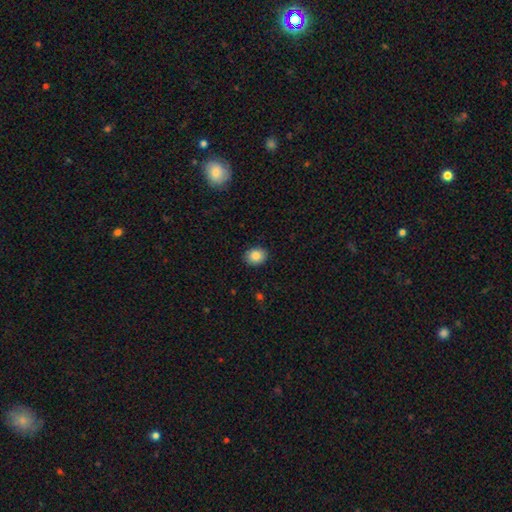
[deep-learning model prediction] The model was most divided on "how rounded": round: 51%, in between: 49%, cigar-shaped: 1%. More confident: merging — none (90%); smooth or featured — smooth (86%).